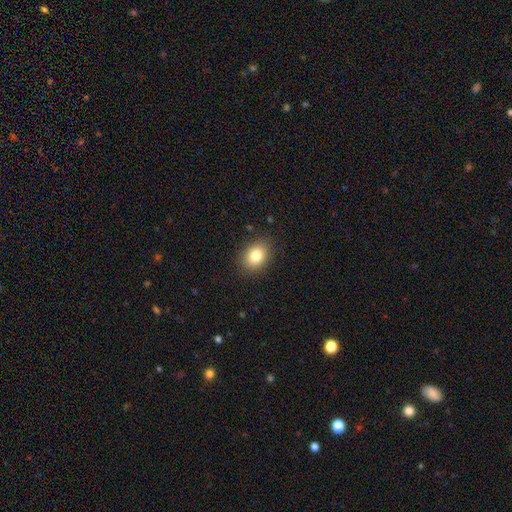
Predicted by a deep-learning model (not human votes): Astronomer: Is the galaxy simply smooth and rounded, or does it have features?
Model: smooth — 82%.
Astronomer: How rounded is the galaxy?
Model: in between — 57% (runner-up: round, 42%).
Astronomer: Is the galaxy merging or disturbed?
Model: none — 87%.